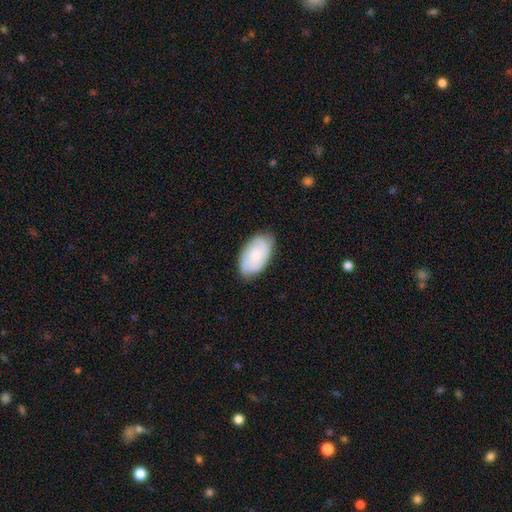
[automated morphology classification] Smooth or featured? featured or disk (49%)
Merging? none (76%)